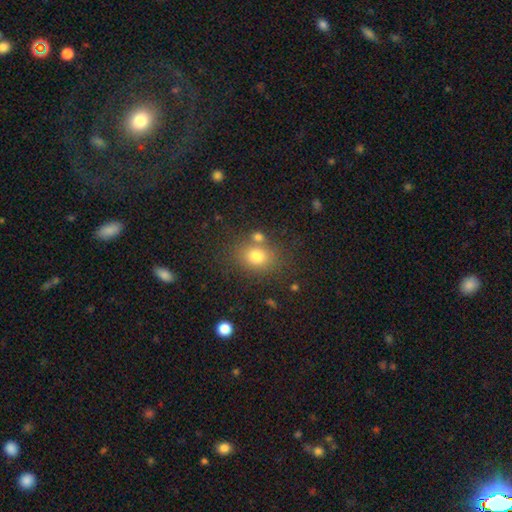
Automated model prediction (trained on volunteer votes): The model was most divided on "how rounded": round: 57%, in between: 42%, cigar-shaped: 1%. More confident: smooth or featured — smooth (76%); merging — none (69%).